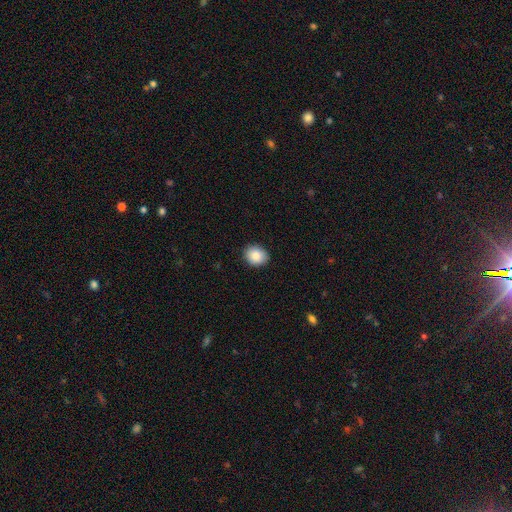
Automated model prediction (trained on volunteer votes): Overall: smooth (88%). How rounded: round (61%; in between 38%). Merging: none (89%).